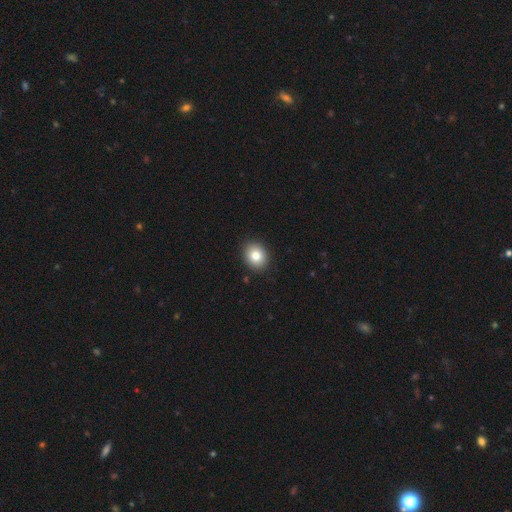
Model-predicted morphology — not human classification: Overall: smooth (83%). How rounded: round (60%; in between 39%). Merging: none (90%).